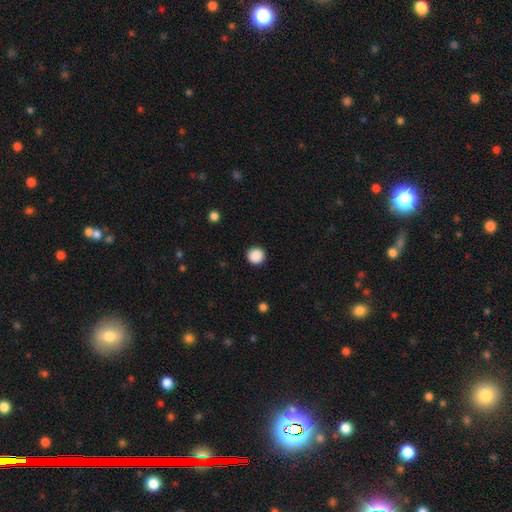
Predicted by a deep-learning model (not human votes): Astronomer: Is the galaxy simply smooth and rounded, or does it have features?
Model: smooth — 88%.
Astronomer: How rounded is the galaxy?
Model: round — 95%.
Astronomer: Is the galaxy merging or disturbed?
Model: none — 92%.